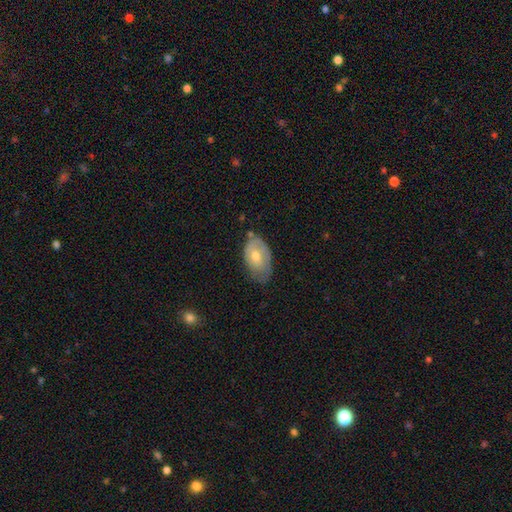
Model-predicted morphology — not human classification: This appears to be a smooth galaxy with no disk features (51%) that is in between round and cigar-shaped (91%). Merging: none (49%).